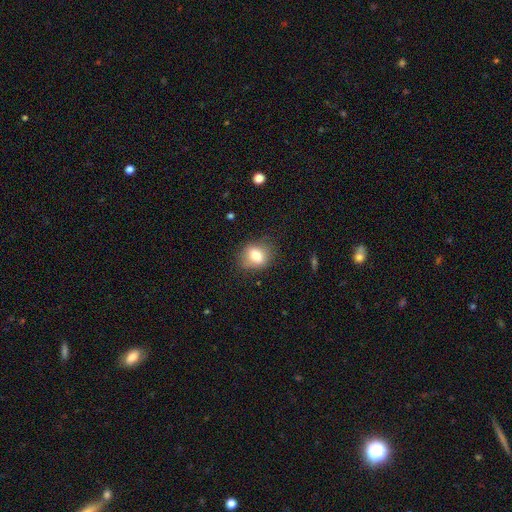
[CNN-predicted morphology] This appears to be a smooth galaxy with no disk features (75%) that is in between round and cigar-shaped (51%). Merging: none (75%).